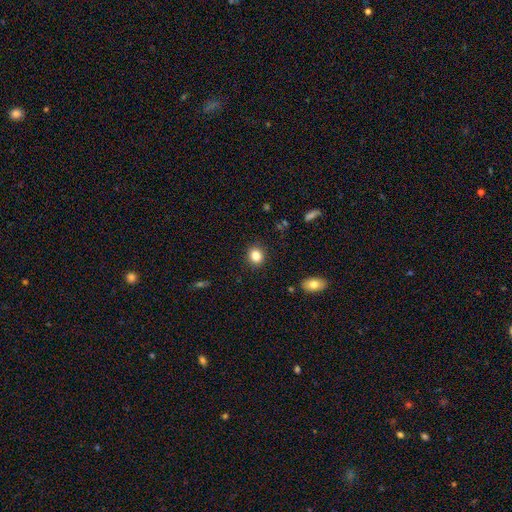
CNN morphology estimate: smooth 84%, star or artifact 10%, featured or disk 5%. Down the decision tree: how rounded — round (72%); merging — none (89%).